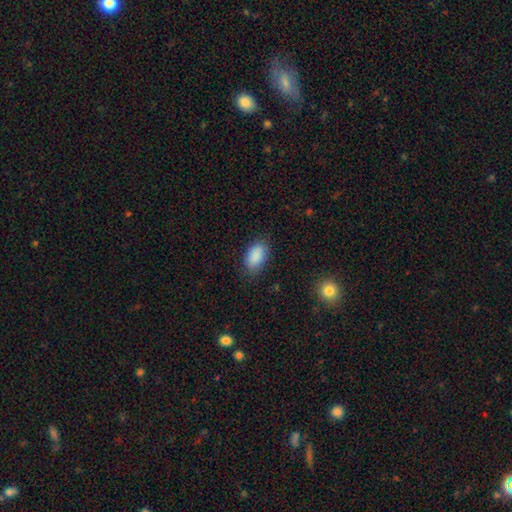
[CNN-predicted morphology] smooth_or_featured: smooth (p=0.89) [alt: star or artifact p=0.07]
how_rounded: in between (p=0.92) [alt: round p=0.06]
merging: none (p=0.80) [alt: minor disturbance p=0.15]